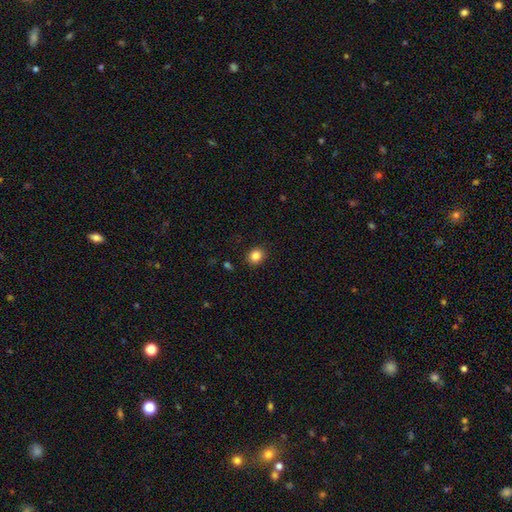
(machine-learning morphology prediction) The model was most divided on "how rounded": round: 73%, in between: 26%, cigar-shaped: 1%. More confident: merging — none (90%); smooth or featured — smooth (84%).